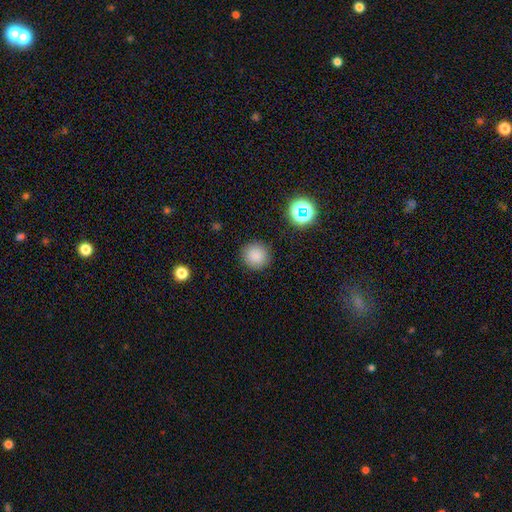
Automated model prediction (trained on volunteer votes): A smooth galaxy with no disk features (84%) that is round (94%).

Vote fractions:
- Smooth or featured? smooth: 84% / star or artifact: 12% / featured or disk: 4%
- How rounded? round: 94% / in between: 5% / cigar-shaped: 1%
- Merging? none: 90% / minor disturbance: 6% / major disturbance: 2% / merger: 1%